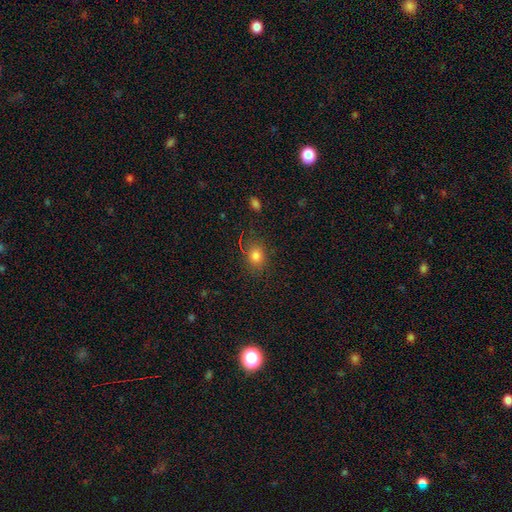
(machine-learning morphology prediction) The model was most divided on "how rounded": round: 53%, in between: 45%, cigar-shaped: 1%. More confident: merging — none (82%); smooth or featured — smooth (79%).